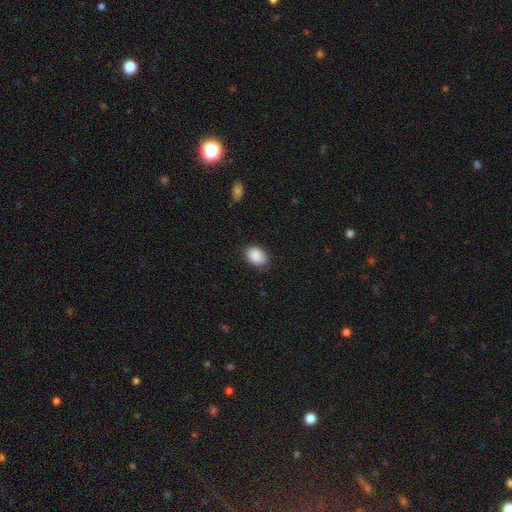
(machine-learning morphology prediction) The model was most divided on "how rounded": in between: 78%, round: 21%, cigar-shaped: 1%. More confident: smooth or featured — smooth (89%); merging — none (81%).